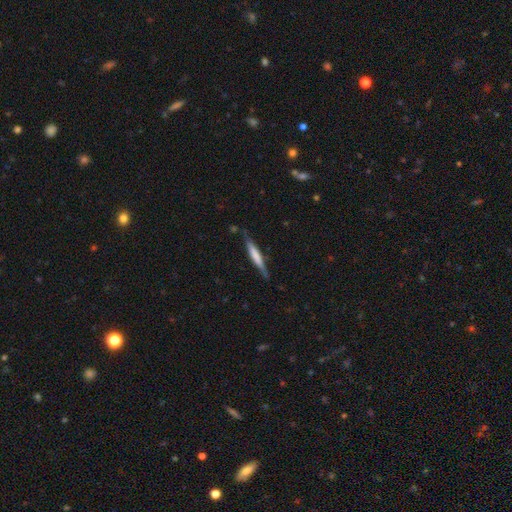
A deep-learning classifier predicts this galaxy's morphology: This appears to be a smooth galaxy with no disk features (49%). Merging: none (80%).